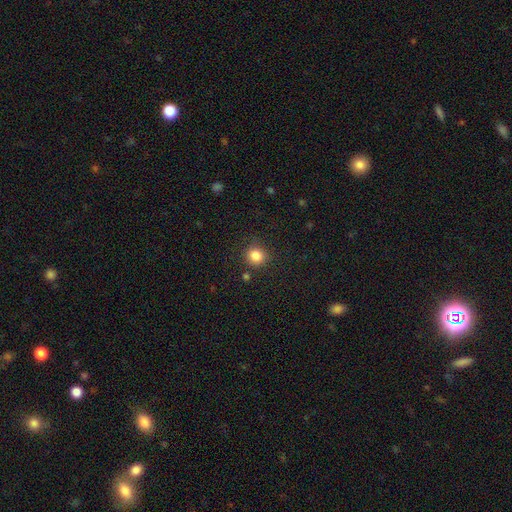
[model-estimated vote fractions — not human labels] smooth 84%, star or artifact 11%, featured or disk 4%. Down the decision tree: how rounded — round (87%); merging — none (83%).